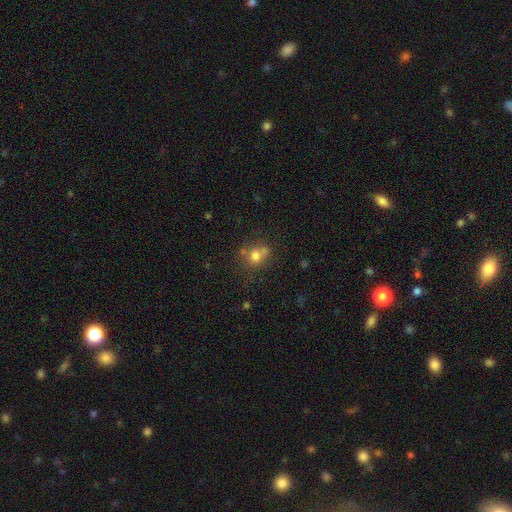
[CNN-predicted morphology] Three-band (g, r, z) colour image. It shows a smooth galaxy with no disk features (72%) that is round (77%). Merging: none (52%).